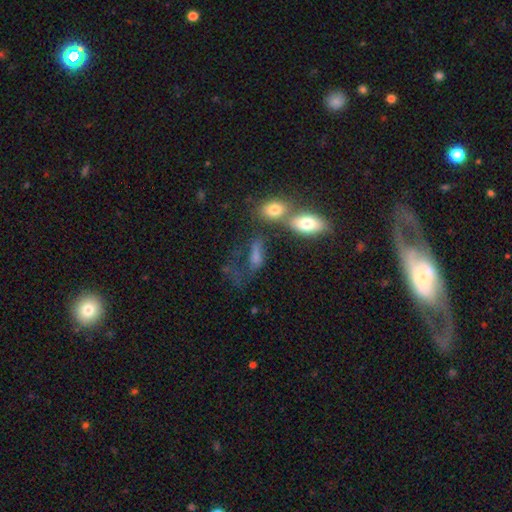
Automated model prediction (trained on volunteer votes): Smooth or featured? Predicted: smooth (p=0.62). How rounded? Predicted: in between (p=0.75). Merging? Predicted: merger (p=0.32).